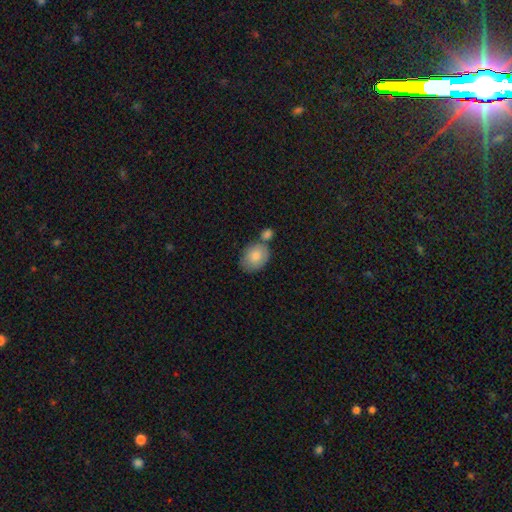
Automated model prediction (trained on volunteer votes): This is clearly a smooth galaxy (81%). How rounded: likely in between (63%). Merging: possibly none (52%).